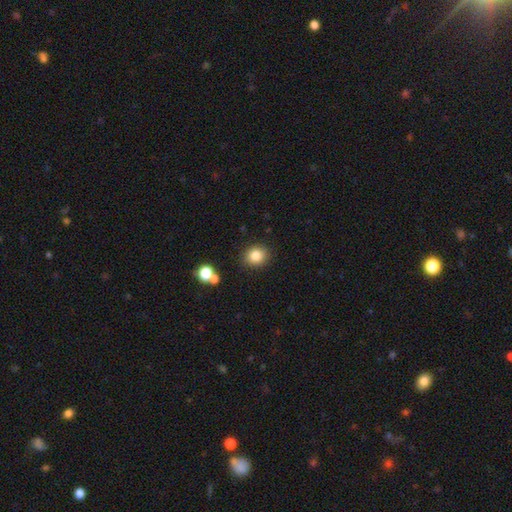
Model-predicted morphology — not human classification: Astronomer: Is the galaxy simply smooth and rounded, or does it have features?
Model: smooth — 83%.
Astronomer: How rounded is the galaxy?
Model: round — 74%.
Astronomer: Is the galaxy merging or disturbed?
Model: none — 87%.